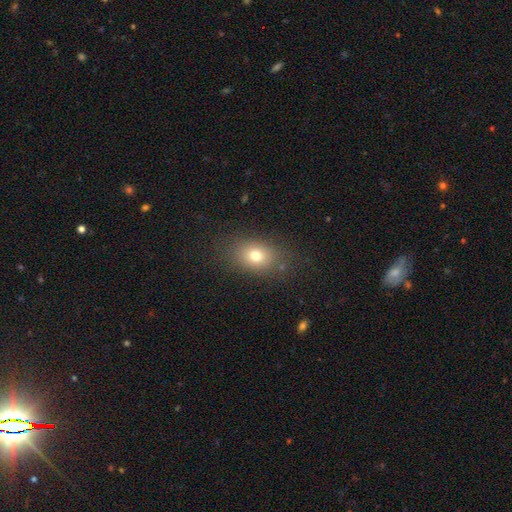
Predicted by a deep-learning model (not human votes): The model was most divided on "how rounded": in between: 66%, round: 32%, cigar-shaped: 1%. More confident: merging — none (80%); smooth or featured — smooth (75%).